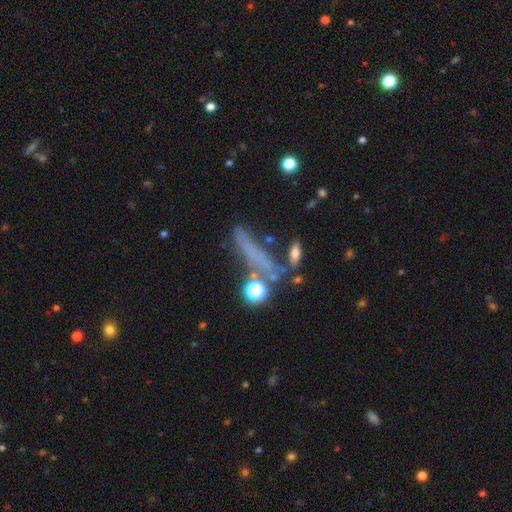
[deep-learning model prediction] A smooth galaxy with no disk features (48%).

Vote fractions:
- Smooth or featured? smooth: 48% / featured or disk: 29% / star or artifact: 23%
- Merging? none: 50% / minor disturbance: 18% / major disturbance: 17% / merger: 15%